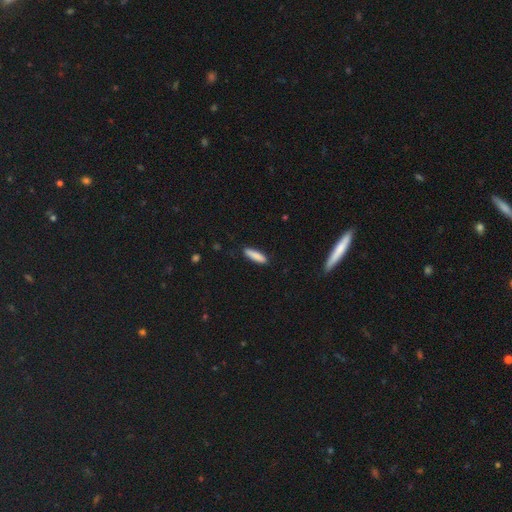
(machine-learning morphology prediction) type=smooth (86%); roundness=cigar-shaped (72%); merging=none (88%).